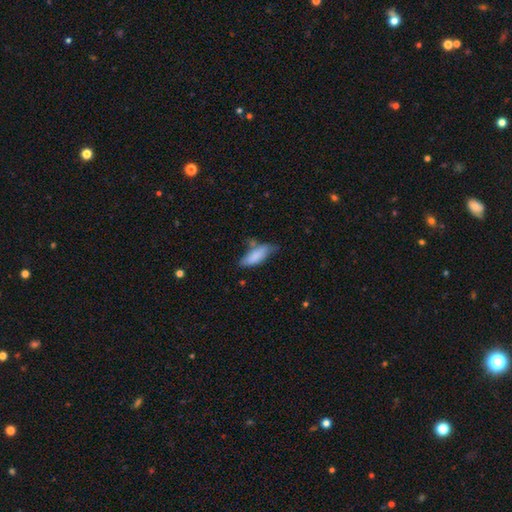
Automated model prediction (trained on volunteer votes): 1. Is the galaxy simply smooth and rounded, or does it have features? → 83% smooth, 11% featured or disk, 6% star or artifact.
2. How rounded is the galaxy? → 65% in between, 33% cigar-shaped, 2% round.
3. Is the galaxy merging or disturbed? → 53% none, 31% minor disturbance, 9% merger, 8% major disturbance.